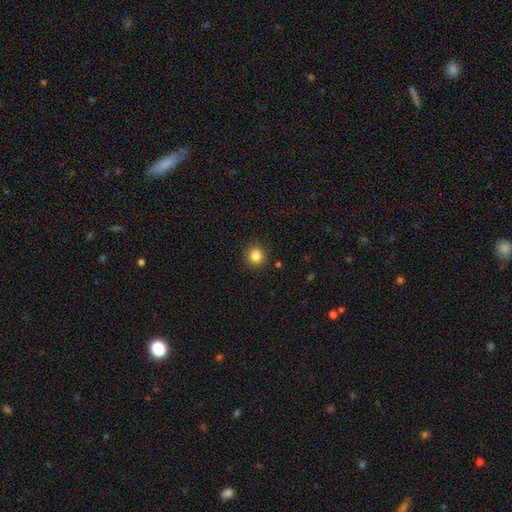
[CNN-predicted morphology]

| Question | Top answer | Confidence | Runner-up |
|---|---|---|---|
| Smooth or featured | smooth | 85% | star or artifact (11%) |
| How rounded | round | 93% | in between (6%) |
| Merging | none | 91% | minor disturbance (6%) |